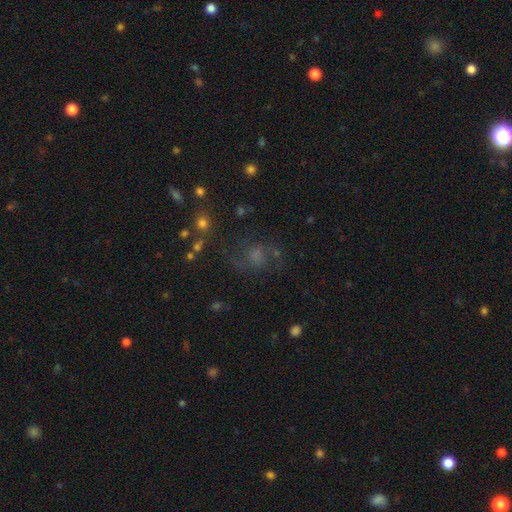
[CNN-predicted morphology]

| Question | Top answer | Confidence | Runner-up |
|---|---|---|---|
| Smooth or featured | featured or disk | 37% | smooth (36%) |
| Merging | none | 55% | major disturbance (21%) |